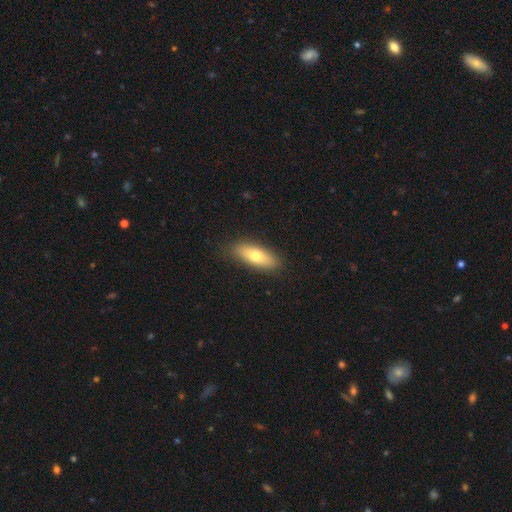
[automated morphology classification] smooth 70%, featured or disk 24%, star or artifact 6%. Down the decision tree: how rounded — in between (68%); merging — none (87%).